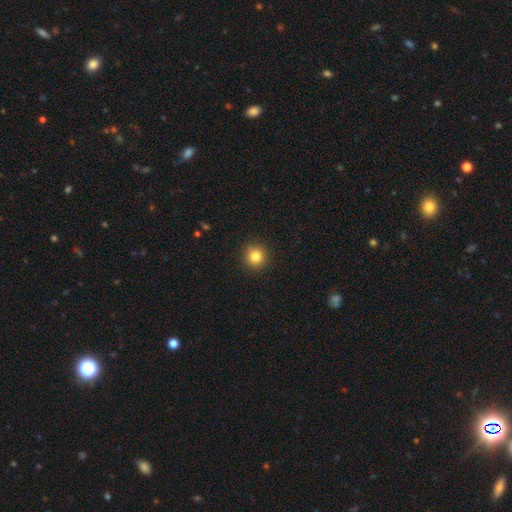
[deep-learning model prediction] smooth 83%, star or artifact 11%, featured or disk 5%. Down the decision tree: how rounded — round (93%); merging — none (91%).